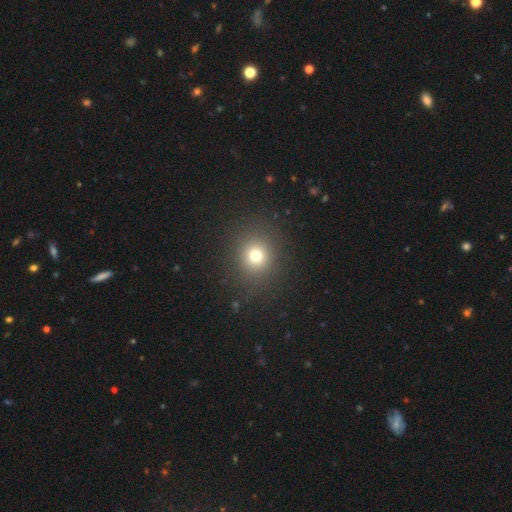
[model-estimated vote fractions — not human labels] The model was most divided on "smooth or featured": smooth: 74%, star or artifact: 17%, featured or disk: 9%. More confident: merging — none (88%); how rounded — round (86%).